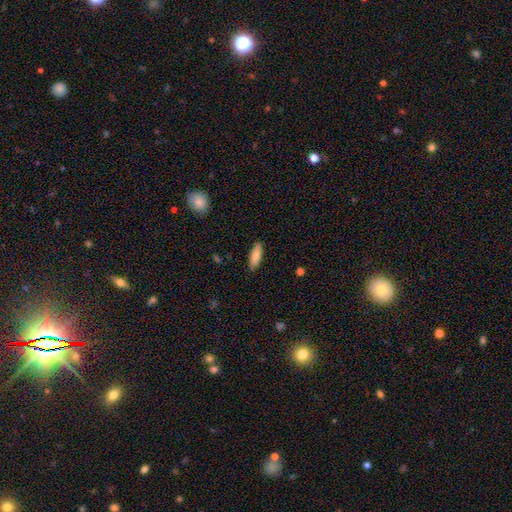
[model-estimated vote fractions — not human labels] Smooth or featured? smooth (85%)
How rounded? in between (58%)
Merging? none (86%)